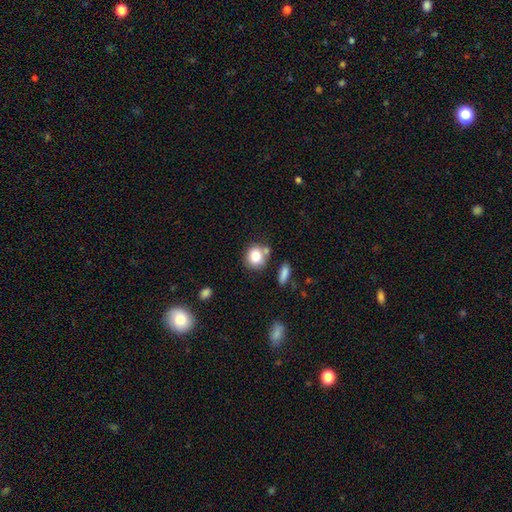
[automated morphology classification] A smooth galaxy with no disk features (82%) that is round (73%). Merging: none (64%).